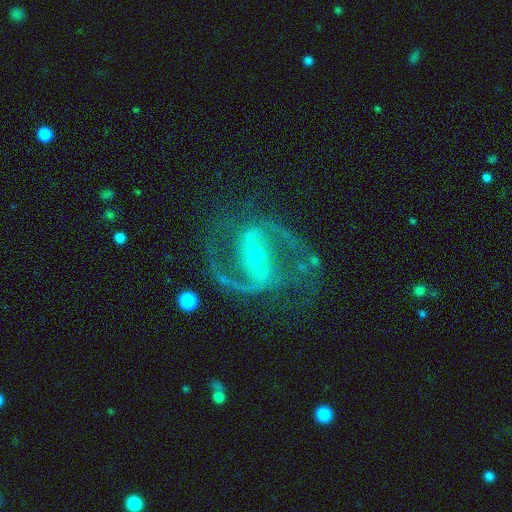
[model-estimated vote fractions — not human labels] This appears to be a featured or disk galaxy (92%) with a strong bar (56%), 2 (93%) medium (64%) spiral arms (97%) and a small central bulge (58%). Merging: none (73%).